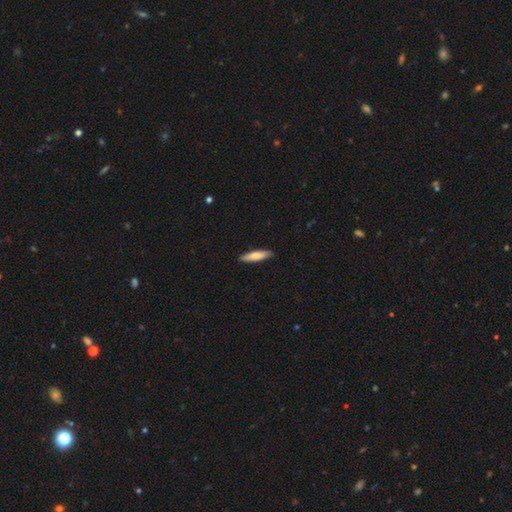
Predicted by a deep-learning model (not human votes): smooth 74%, featured or disk 20%, star or artifact 5%. Down the decision tree: how rounded — cigar-shaped (77%); merging — none (90%).